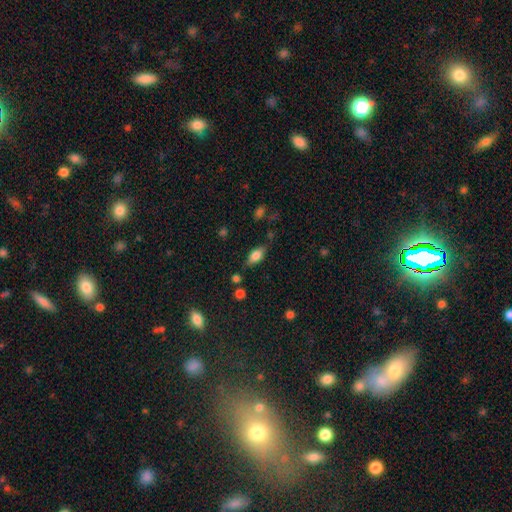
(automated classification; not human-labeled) Q: Smooth or featured?
A: smooth (75%); runner-up: featured or disk (17%)
Q: How rounded?
A: in between (84%); runner-up: cigar-shaped (11%)
Q: Merging?
A: none (73%); runner-up: minor disturbance (18%)